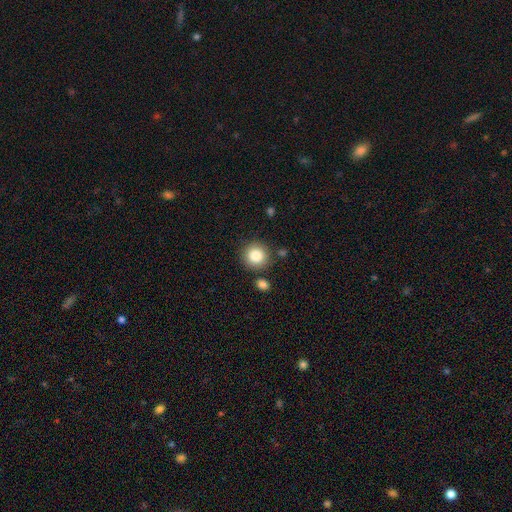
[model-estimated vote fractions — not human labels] Smooth or featured? smooth (85%)
How rounded? round (92%)
Merging? none (83%)